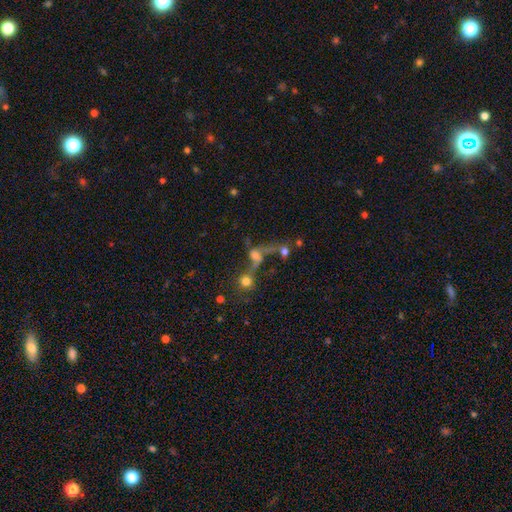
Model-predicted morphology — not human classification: Smooth or featured?
  - smooth: 43% *
  - featured or disk: 33%
  - star or artifact: 24%
Merging?
  - merger: 48% *
  - none: 23%
  - major disturbance: 20%
  - minor disturbance: 9%